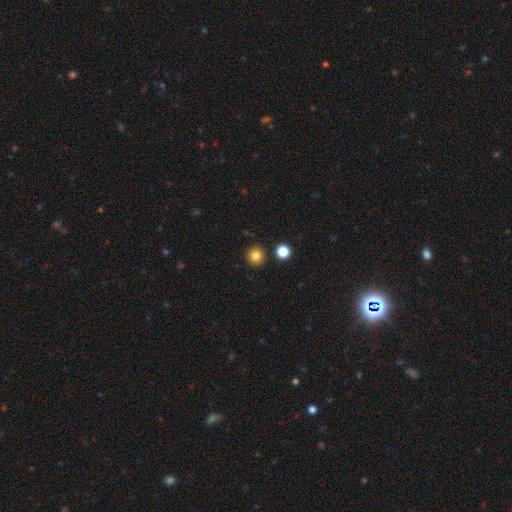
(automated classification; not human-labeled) Morphology: type=smooth (81%); roundness=round (94%); merging=none (90%).